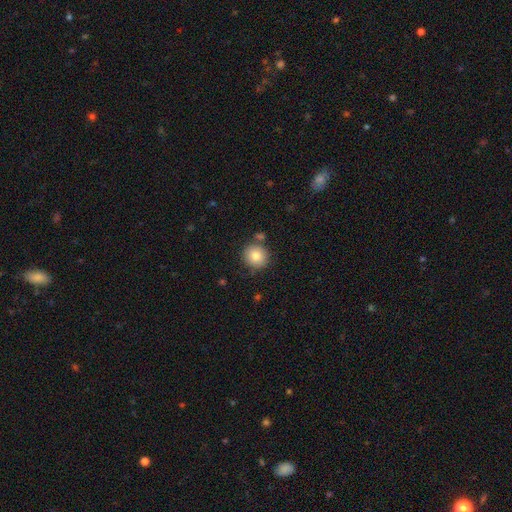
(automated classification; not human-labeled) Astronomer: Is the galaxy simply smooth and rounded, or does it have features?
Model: smooth — 82%.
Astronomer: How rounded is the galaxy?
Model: round — 92%.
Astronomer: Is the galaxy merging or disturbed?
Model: none — 81%.